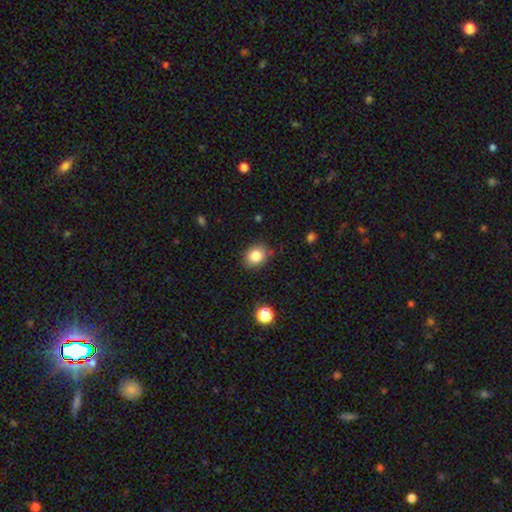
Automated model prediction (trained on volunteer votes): Smooth or featured? Predicted: smooth (p=0.83). How rounded? Predicted: round (p=0.62). Merging? Predicted: none (p=0.82).